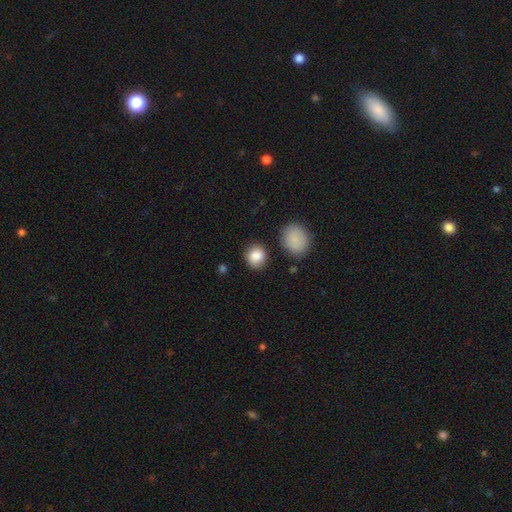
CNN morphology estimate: Smooth or featured?
  - smooth: 87% *
  - star or artifact: 8%
  - featured or disk: 5%
How rounded?
  - round: 74% *
  - in between: 25%
  - cigar-shaped: 1%
Merging?
  - none: 81% *
  - minor disturbance: 11%
  - merger: 4%
  - major disturbance: 3%